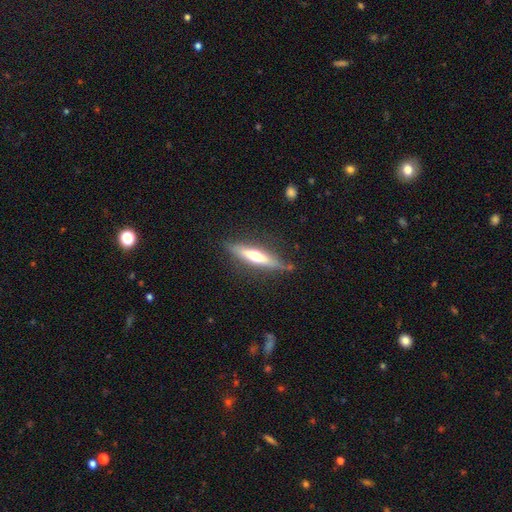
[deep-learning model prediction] This is possibly a featured or disk galaxy (52%). It is clearly viewed edge-on (89%). Merging: likely none (78%).